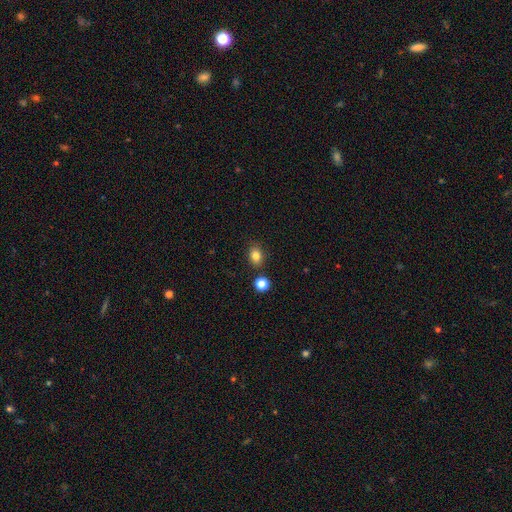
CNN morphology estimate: Q: Smooth or featured?
A: smooth (82%); runner-up: star or artifact (11%)
Q: How rounded?
A: in between (56%); runner-up: round (43%)
Q: Merging?
A: none (81%); runner-up: minor disturbance (11%)